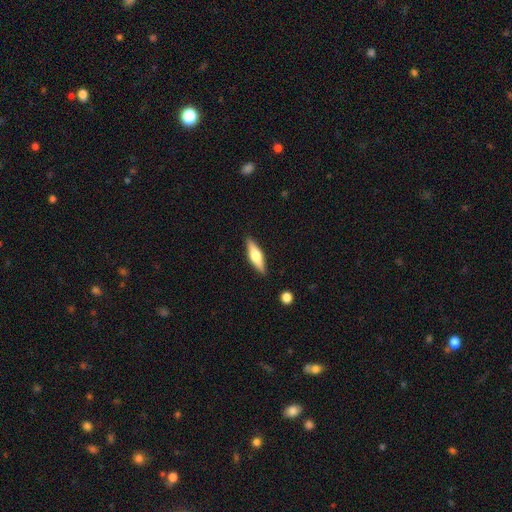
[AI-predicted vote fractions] This is possibly a featured or disk galaxy (50%). Merging: clearly none (89%).